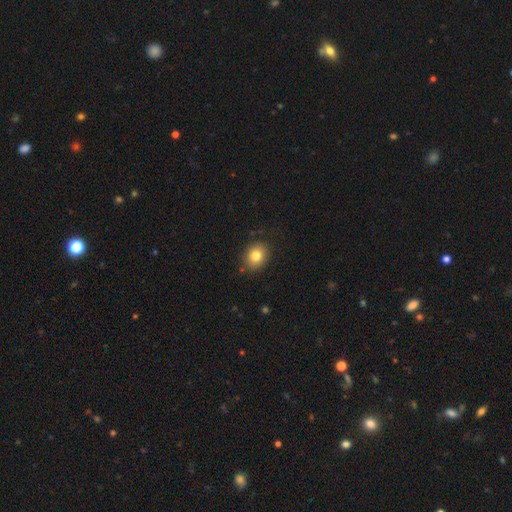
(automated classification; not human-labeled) smooth_or_featured: smooth (p=0.81) [alt: star or artifact p=0.10]
how_rounded: round (p=0.62) [alt: in between p=0.37]
merging: none (p=0.85) [alt: minor disturbance p=0.11]